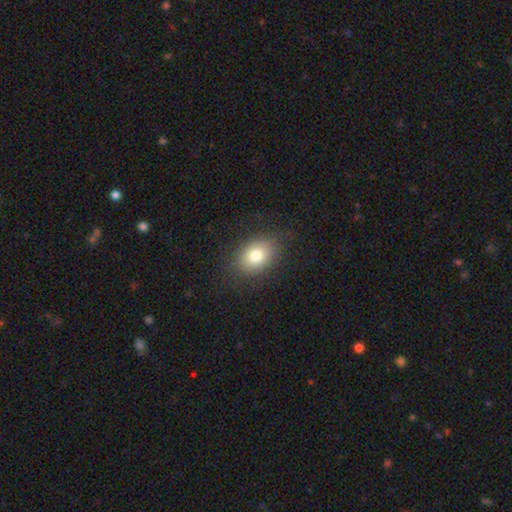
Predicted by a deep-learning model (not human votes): This is likely a smooth galaxy (79%). How rounded: likely in between (73%). Merging: clearly none (82%).